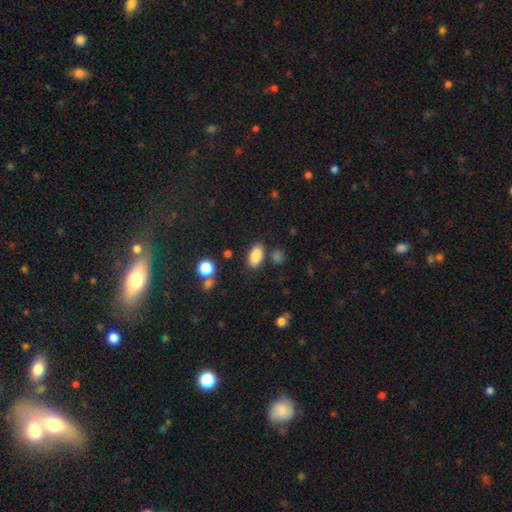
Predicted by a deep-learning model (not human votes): Smooth or featured? smooth (86%)
How rounded? in between (89%)
Merging? none (80%)